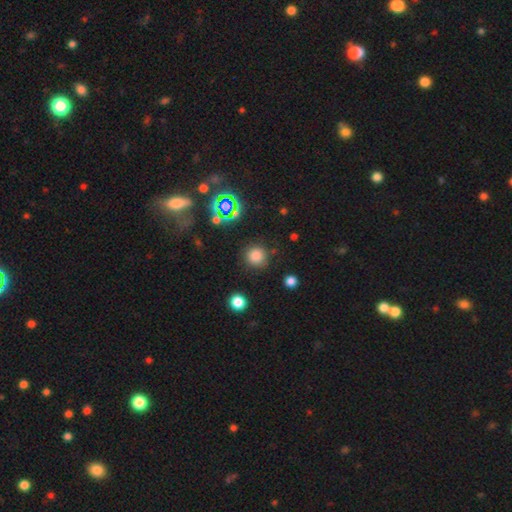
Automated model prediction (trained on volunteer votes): The model was most divided on "smooth or featured": smooth: 76%, star or artifact: 18%, featured or disk: 6%. More confident: how rounded — round (92%); merging — none (84%).